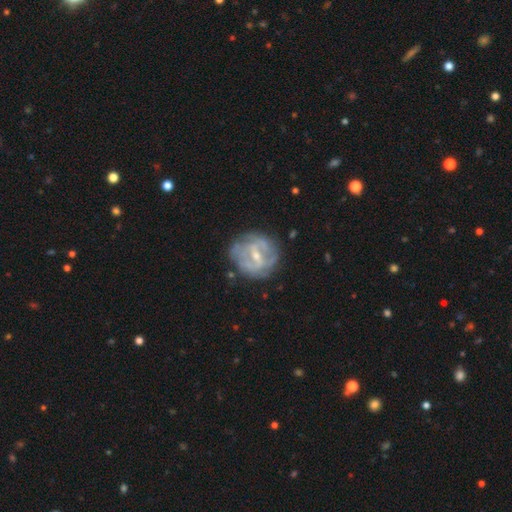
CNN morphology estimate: smooth_or_featured: featured or disk (p=0.76) [alt: smooth p=0.17]
disk_edge_on: no (p=0.97) [alt: yes p=0.03]
bar: weak (p=0.49) [alt: strong p=0.30]
has_spiral_arms: yes (p=0.63) [alt: no p=0.37]
bulge_size: small (p=0.55) [alt: moderate p=0.40]
merging: none (p=0.68) [alt: minor disturbance p=0.20]